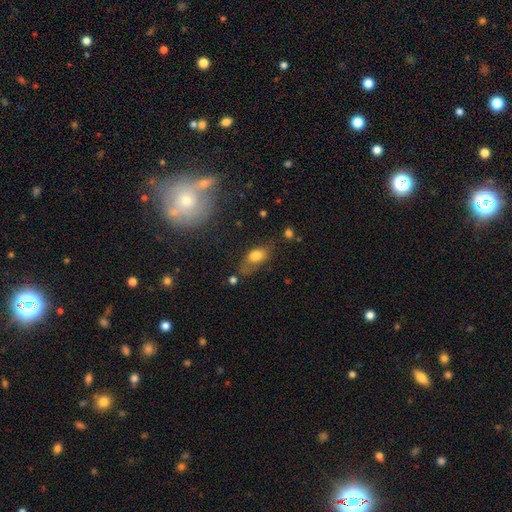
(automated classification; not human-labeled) A smooth galaxy with no disk features (72%) that is in between round and cigar-shaped (84%). Merging: none (51%).